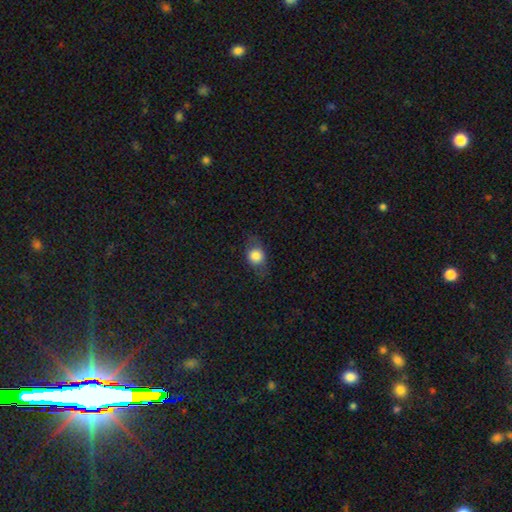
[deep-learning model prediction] The model was most divided on "how rounded": round: 51%, in between: 47%, cigar-shaped: 3%. More confident: merging — none (74%); smooth or featured — smooth (74%).